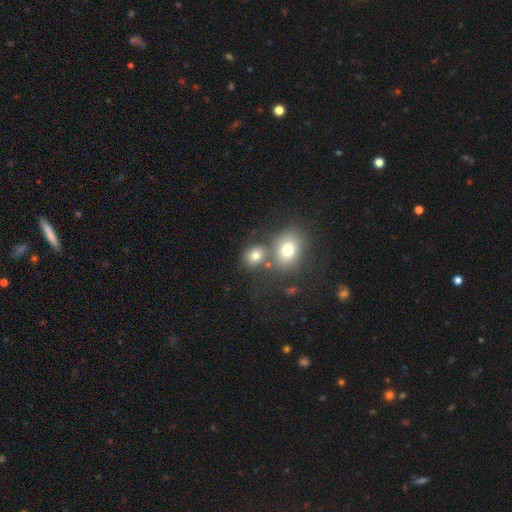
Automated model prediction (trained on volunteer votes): Q: Smooth or featured?
A: smooth (75%); runner-up: star or artifact (13%)
Q: How rounded?
A: round (53%); runner-up: in between (46%)
Q: Merging?
A: none (52%); runner-up: merger (32%)